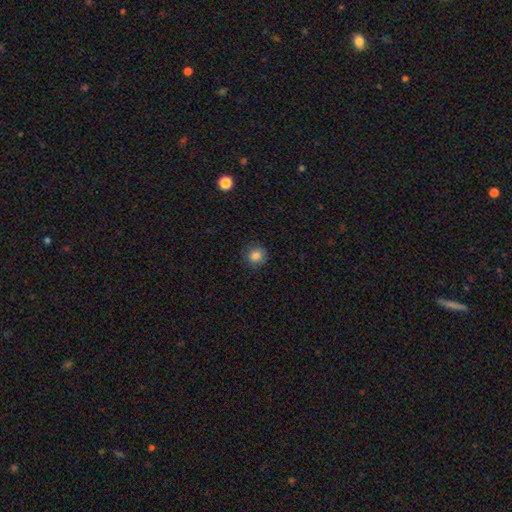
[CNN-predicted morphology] Smooth or featured?
  - smooth: 85% *
  - star or artifact: 11%
  - featured or disk: 4%
How rounded?
  - round: 93% *
  - in between: 7%
  - cigar-shaped: 1%
Merging?
  - none: 88% *
  - minor disturbance: 9%
  - major disturbance: 2%
  - merger: 1%